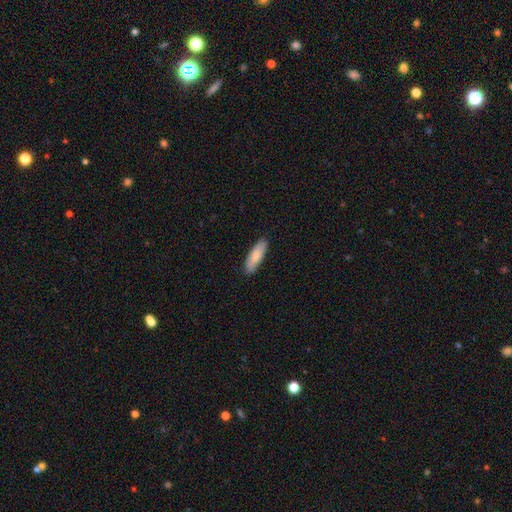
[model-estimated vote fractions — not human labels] Overall: smooth (84%). How rounded: in between (54%; cigar-shaped 45%). Merging: none (86%).